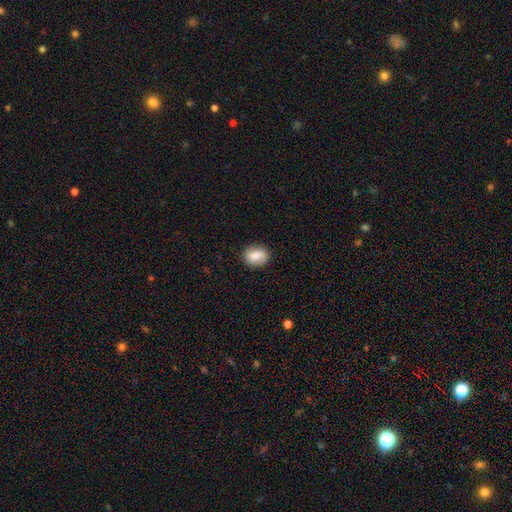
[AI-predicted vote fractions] smooth_or_featured: smooth (p=0.79) [alt: featured or disk p=0.13]
how_rounded: round (p=0.50) [alt: in between p=0.48]
merging: none (p=0.84) [alt: minor disturbance p=0.12]